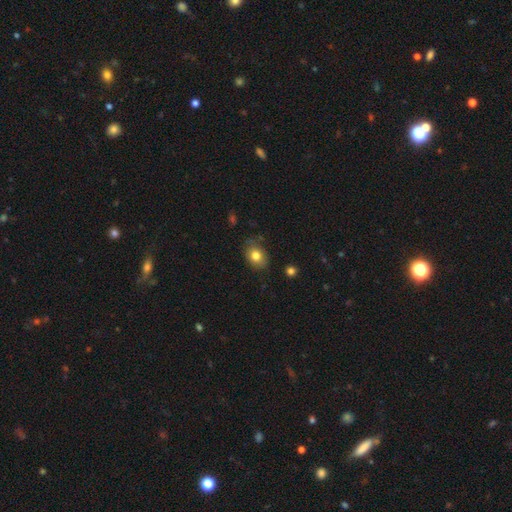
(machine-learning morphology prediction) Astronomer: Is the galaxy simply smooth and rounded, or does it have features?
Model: smooth — 79%.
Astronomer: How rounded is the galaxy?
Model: in between — 66%.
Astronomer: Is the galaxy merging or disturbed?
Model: none — 75%.